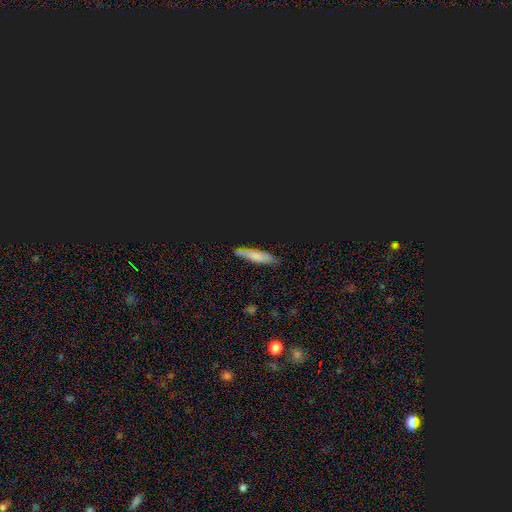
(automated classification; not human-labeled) Overall: smooth (59%; star or artifact 24%). How rounded: cigar-shaped (70%). Merging: none (76%).